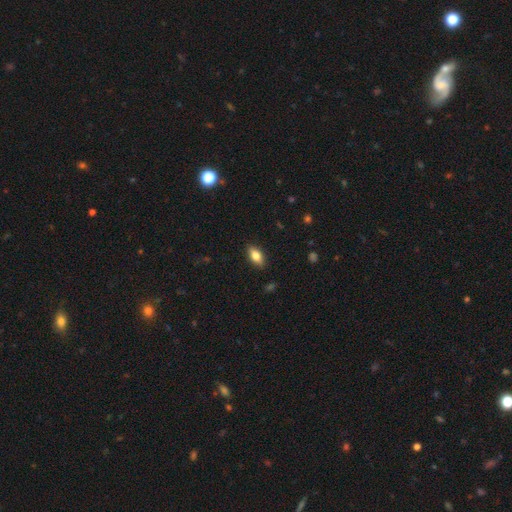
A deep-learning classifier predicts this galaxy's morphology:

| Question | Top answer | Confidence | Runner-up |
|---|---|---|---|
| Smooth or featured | smooth | 79% | featured or disk (14%) |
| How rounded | in between | 87% | cigar-shaped (8%) |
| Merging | none | 87% | minor disturbance (9%) |